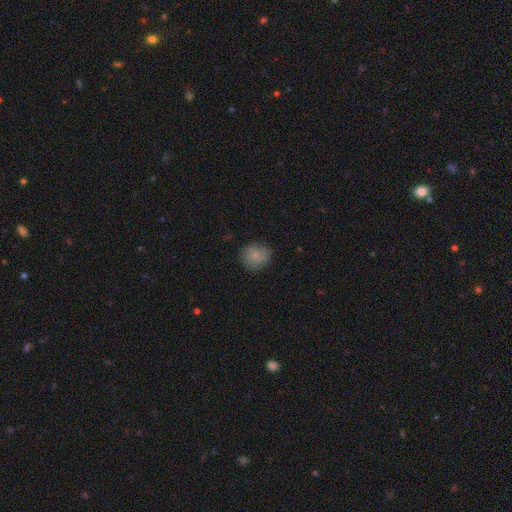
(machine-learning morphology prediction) type=smooth (76%); roundness=round (83%); merging=none (76%).